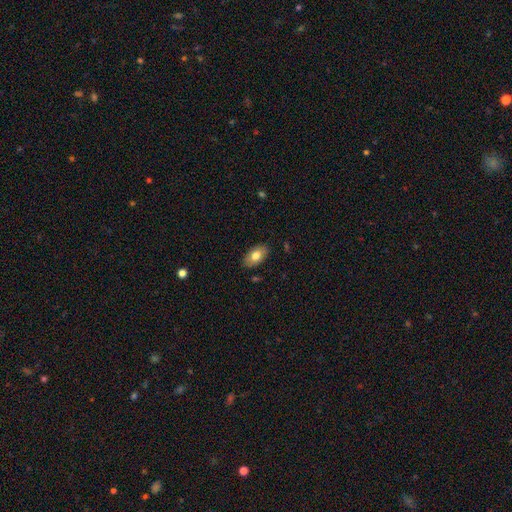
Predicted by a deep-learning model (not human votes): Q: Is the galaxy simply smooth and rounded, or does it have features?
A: smooth — 77%.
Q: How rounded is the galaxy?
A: in between — 93%.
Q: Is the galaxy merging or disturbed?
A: none — 86%.